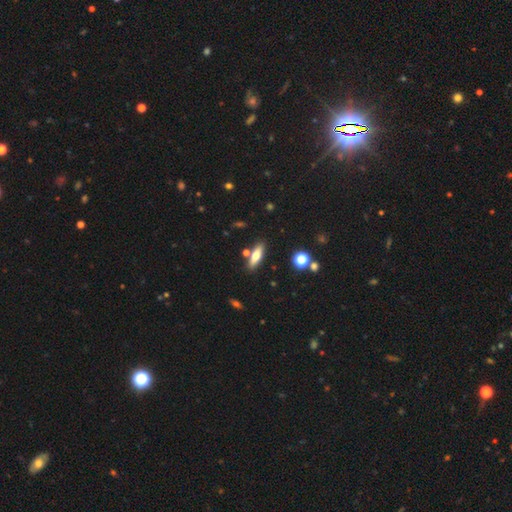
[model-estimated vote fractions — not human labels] smooth 61%, featured or disk 31%, star or artifact 8%. Down the decision tree: how rounded — cigar-shaped (52%); merging — none (78%).